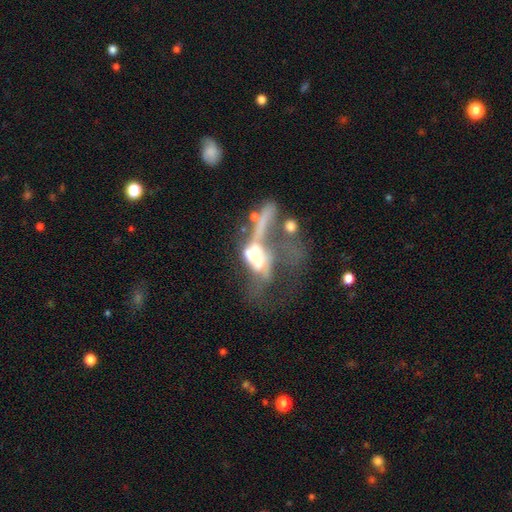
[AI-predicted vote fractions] Morphology: type=featured or disk (53%); edge-on=no (87%); merging=merger (52%).